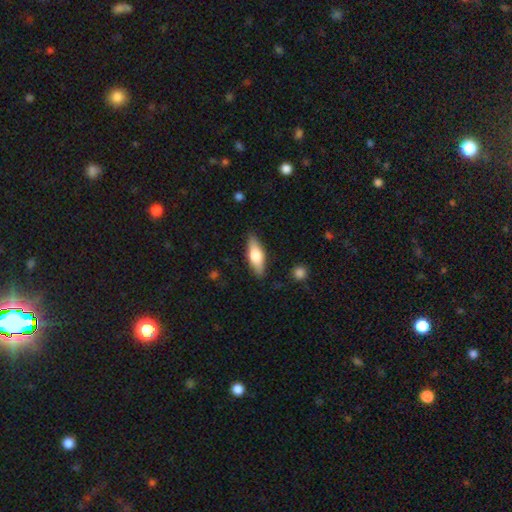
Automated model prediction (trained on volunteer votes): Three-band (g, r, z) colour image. It shows a smooth galaxy with no disk features (63%) that is in between round and cigar-shaped (61%). Merging: none (86%).